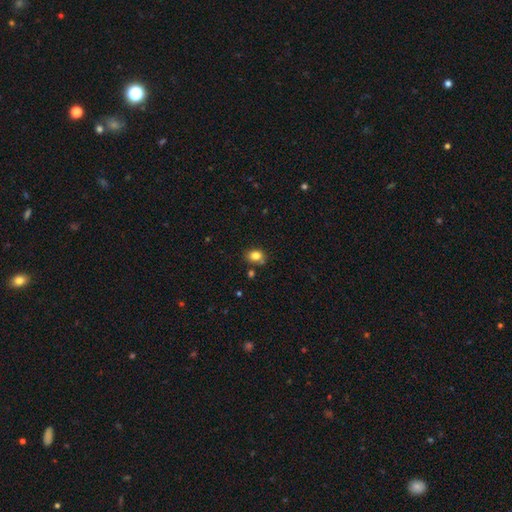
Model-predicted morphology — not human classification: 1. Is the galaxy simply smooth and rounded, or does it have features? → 81% smooth, 11% star or artifact, 7% featured or disk.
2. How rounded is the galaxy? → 52% round, 48% in between, 1% cigar-shaped.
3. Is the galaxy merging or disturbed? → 73% none, 14% minor disturbance, 9% merger, 3% major disturbance.